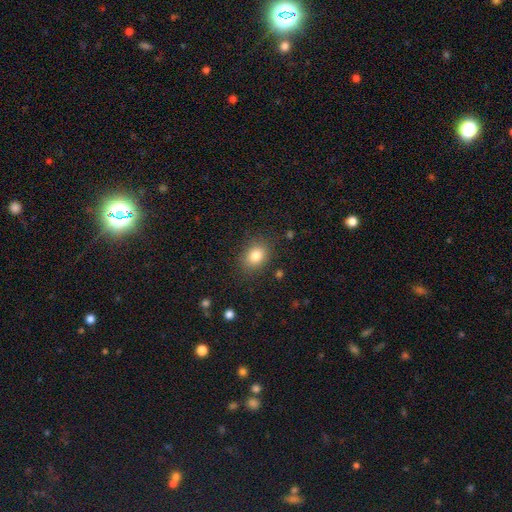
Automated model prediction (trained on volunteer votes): Smooth or featured? smooth (82%)
How rounded? in between (60%)
Merging? none (84%)